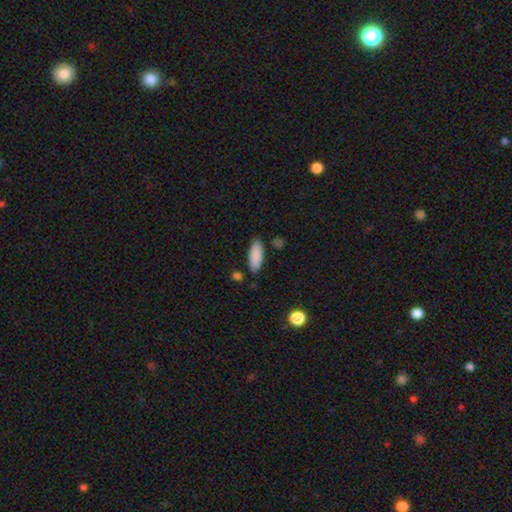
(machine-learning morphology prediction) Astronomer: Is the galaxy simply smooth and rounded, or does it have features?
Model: smooth — 89%.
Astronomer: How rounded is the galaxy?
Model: in between — 70%.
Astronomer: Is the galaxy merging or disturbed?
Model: none — 83%.